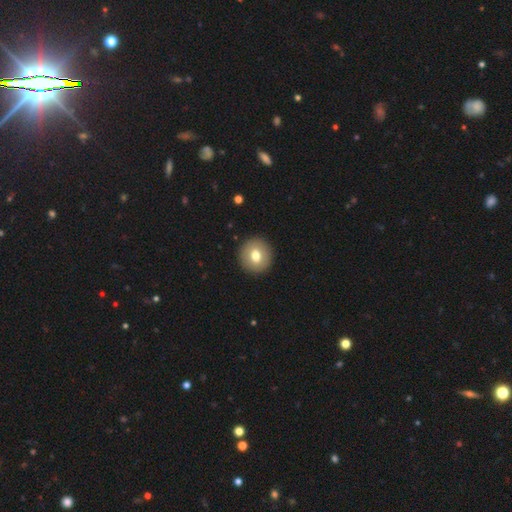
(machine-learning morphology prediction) Overall: smooth (73%). How rounded: round (91%). Merging: none (92%).